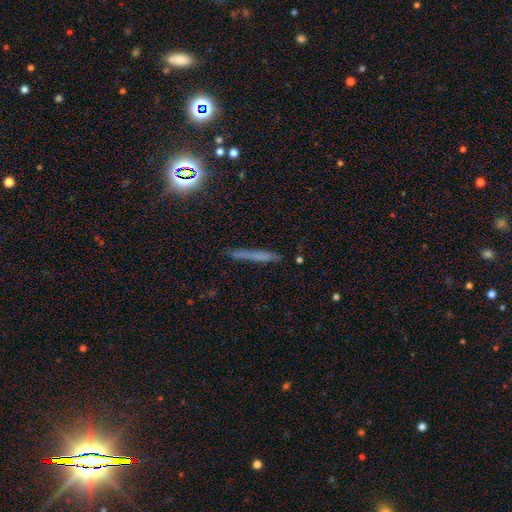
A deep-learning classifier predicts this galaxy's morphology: Smooth or featured? Predicted: smooth (p=0.49). Merging? Predicted: none (p=0.82).